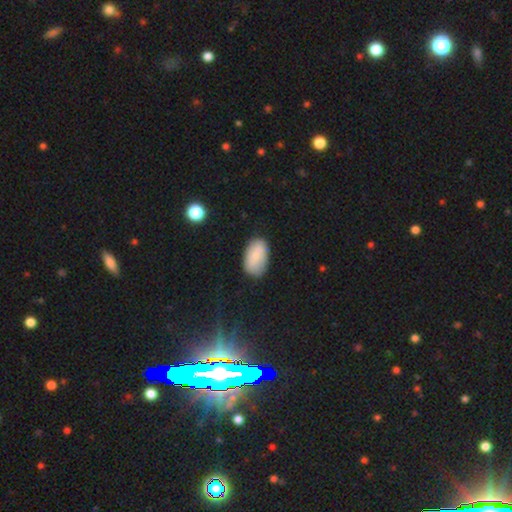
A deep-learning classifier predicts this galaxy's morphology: Smooth or featured?
  - smooth: 74% *
  - featured or disk: 18%
  - star or artifact: 8%
How rounded?
  - in between: 93% *
  - round: 5%
  - cigar-shaped: 2%
Merging?
  - none: 77% *
  - minor disturbance: 18%
  - major disturbance: 4%
  - merger: 2%